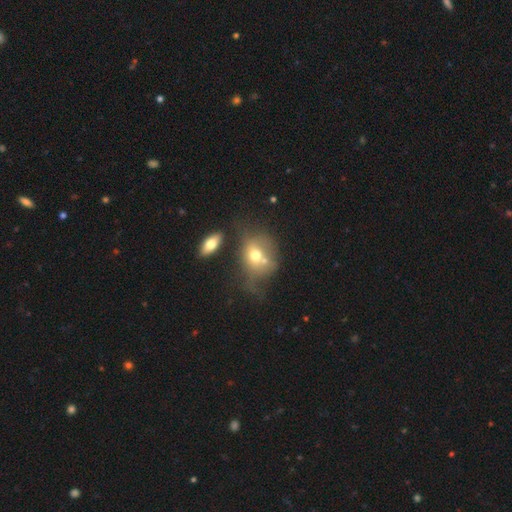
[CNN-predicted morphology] smooth-or-featured: smooth: 62% | featured or disk: 27% | star or artifact: 11%
  how-rounded: in between: 51% | round: 48% | cigar-shaped: 2%
  merging: merger: 33% | none: 27% | major disturbance: 21% | minor disturbance: 18%